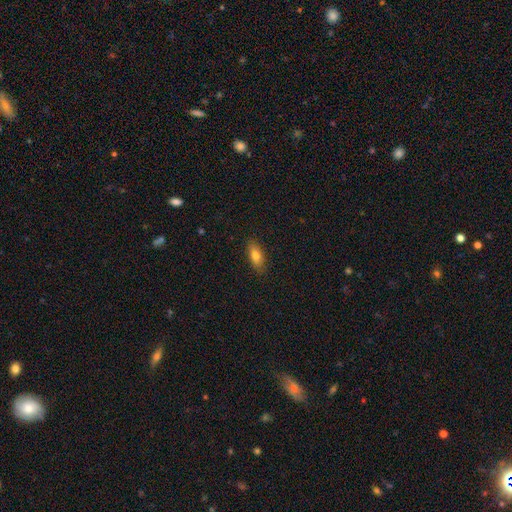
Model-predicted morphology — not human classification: Q: Smooth or featured?
A: smooth (78%); runner-up: featured or disk (15%)
Q: How rounded?
A: in between (81%); runner-up: cigar-shaped (16%)
Q: Merging?
A: none (86%); runner-up: minor disturbance (11%)